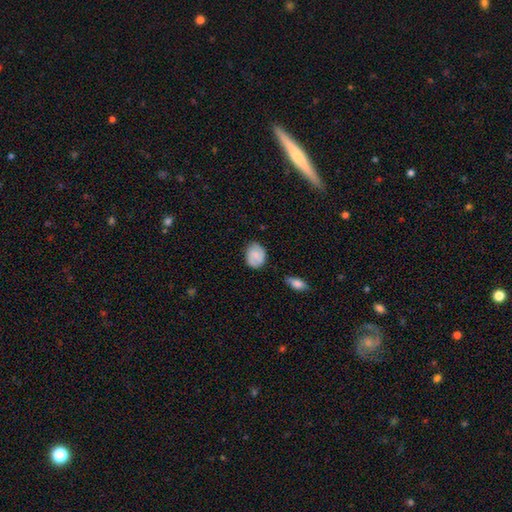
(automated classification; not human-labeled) Q: Smooth or featured?
A: smooth (69%); runner-up: featured or disk (24%)
Q: How rounded?
A: in between (51%); runner-up: round (47%)
Q: Merging?
A: none (72%); runner-up: minor disturbance (22%)